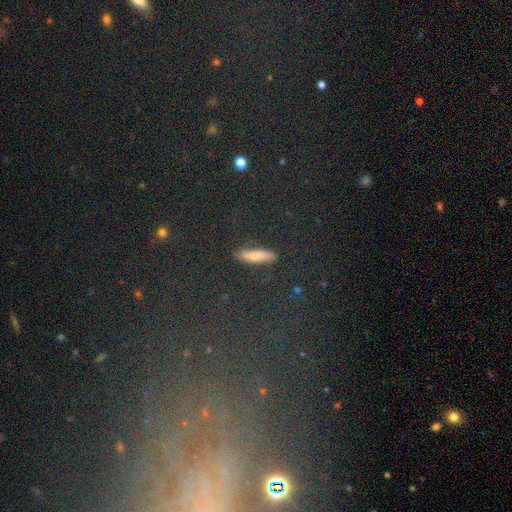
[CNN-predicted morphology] The model was most divided on "smooth or featured": smooth: 47%, star or artifact: 31%, featured or disk: 22%. More confident: merging — none (77%).